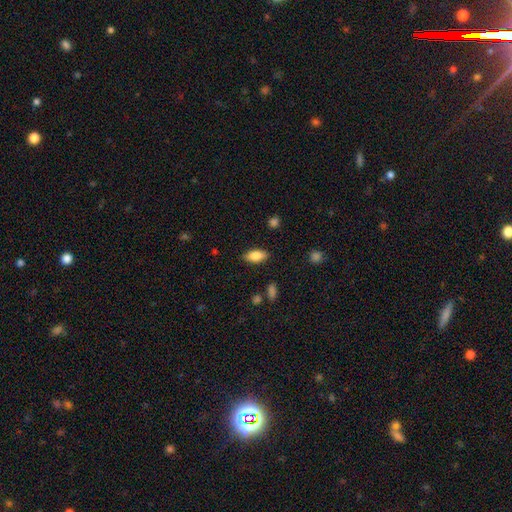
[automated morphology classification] This appears to be a smooth galaxy with no disk features (83%) that is in between round and cigar-shaped (86%). Merging: none (85%).